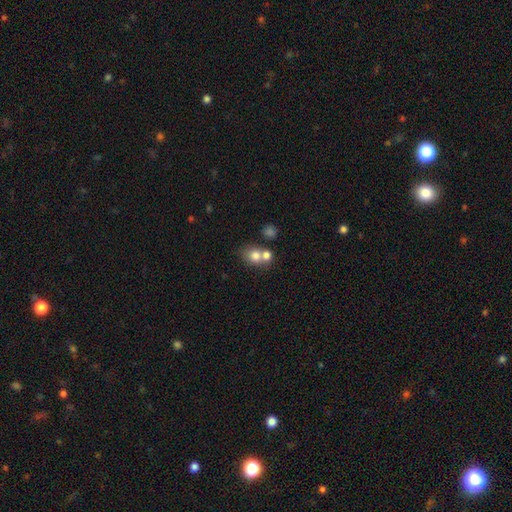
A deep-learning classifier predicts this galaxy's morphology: smooth_or_featured: smooth (p=0.76) [alt: featured or disk p=0.13]
how_rounded: round (p=0.66) [alt: in between p=0.33]
merging: merger (p=0.49) [alt: none p=0.38]